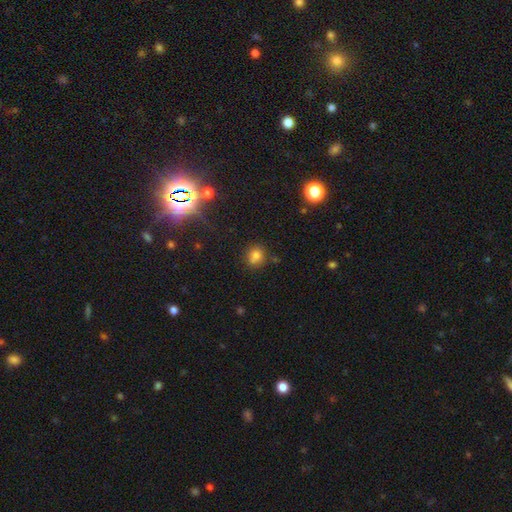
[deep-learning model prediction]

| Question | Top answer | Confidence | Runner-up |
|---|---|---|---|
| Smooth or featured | smooth | 76% | star or artifact (16%) |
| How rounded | round | 78% | in between (21%) |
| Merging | none | 75% | minor disturbance (14%) |